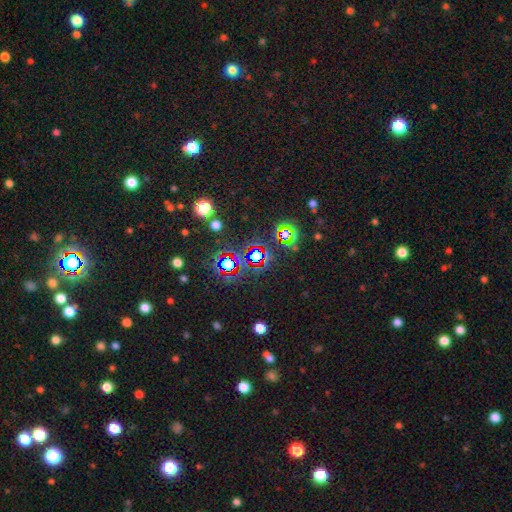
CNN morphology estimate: Smooth or featured: star or artifact — 74% (smooth — 16%)